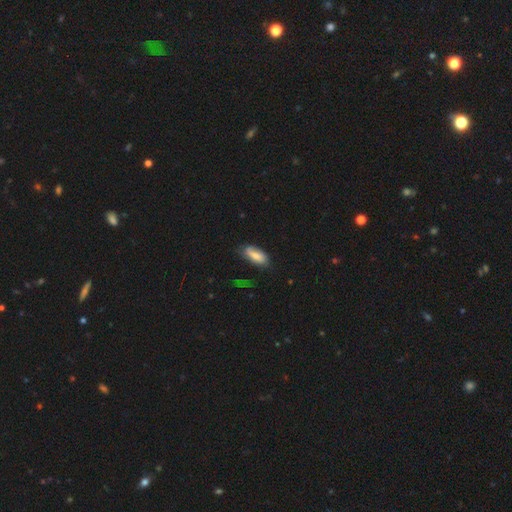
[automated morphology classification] Overall: smooth (73%). How rounded: in between (81%). Merging: none (58%; minor disturbance 31%).